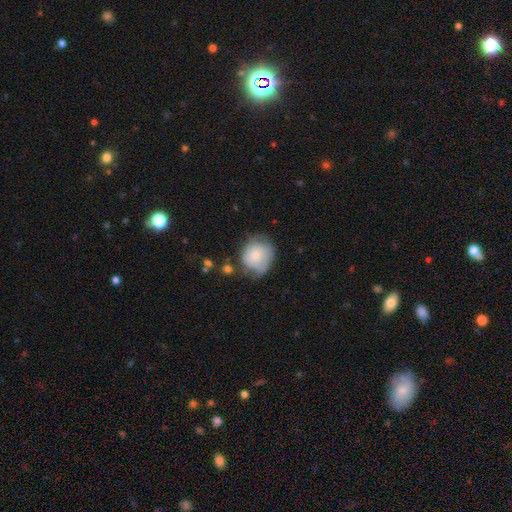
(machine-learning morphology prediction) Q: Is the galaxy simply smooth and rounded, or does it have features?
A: smooth — 51%.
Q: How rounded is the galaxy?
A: round — 74%.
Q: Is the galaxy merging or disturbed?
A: none — 48%.